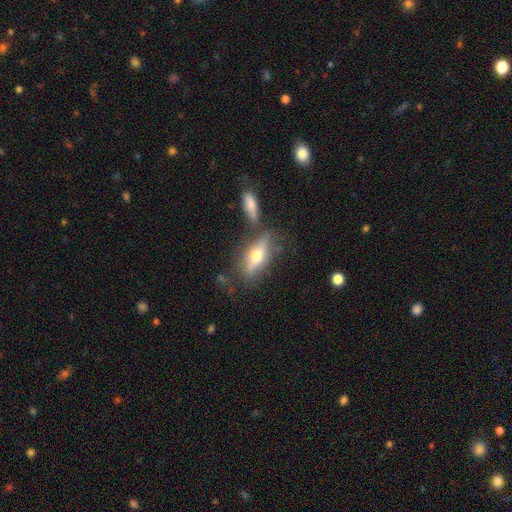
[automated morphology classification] smooth-or-featured: featured or disk: 48% | smooth: 43% | star or artifact: 9%
  merging: none: 63% | minor disturbance: 16% | merger: 14% | major disturbance: 7%